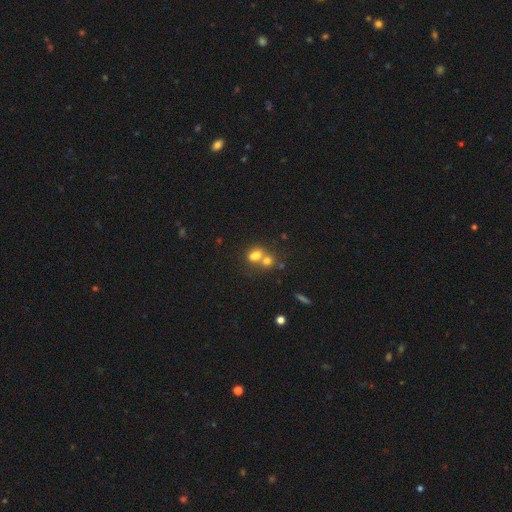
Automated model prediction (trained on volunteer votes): Smooth or featured: smooth — 71% (featured or disk — 15%)
How rounded: in between — 52% (round — 46%)
Merging: merger — 61% (none — 28%)